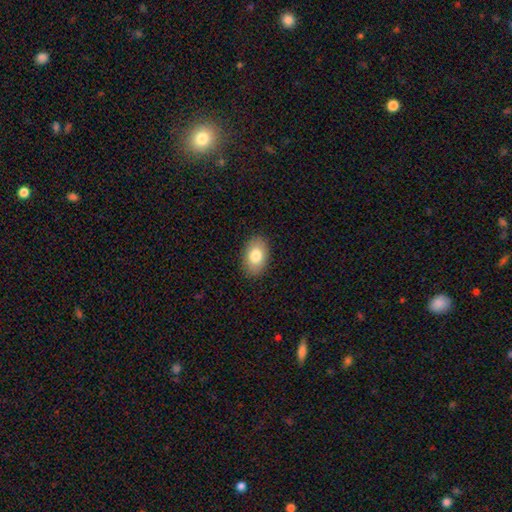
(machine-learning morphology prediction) A smooth galaxy with no disk features (81%) that is in between round and cigar-shaped (88%).

Vote fractions:
- Smooth or featured? smooth: 81% / featured or disk: 12% / star or artifact: 7%
- How rounded? in between: 88% / round: 10% / cigar-shaped: 1%
- Merging? none: 89% / minor disturbance: 8% / major disturbance: 2% / merger: 1%